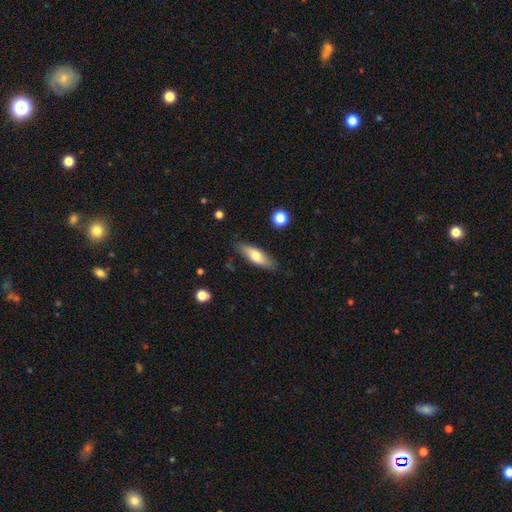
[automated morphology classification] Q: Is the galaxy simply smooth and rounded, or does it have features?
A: smooth — 66%.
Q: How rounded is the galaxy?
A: in between — 52%.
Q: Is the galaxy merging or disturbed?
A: none — 82%.